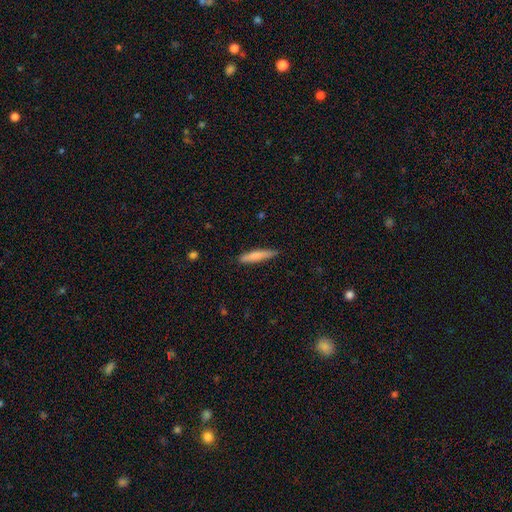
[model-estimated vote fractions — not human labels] smooth-or-featured: smooth: 78% | featured or disk: 17% | star or artifact: 6%
  how-rounded: cigar-shaped: 88% | in between: 10% | round: 1%
  merging: none: 83% | minor disturbance: 14% | major disturbance: 2% | merger: 1%